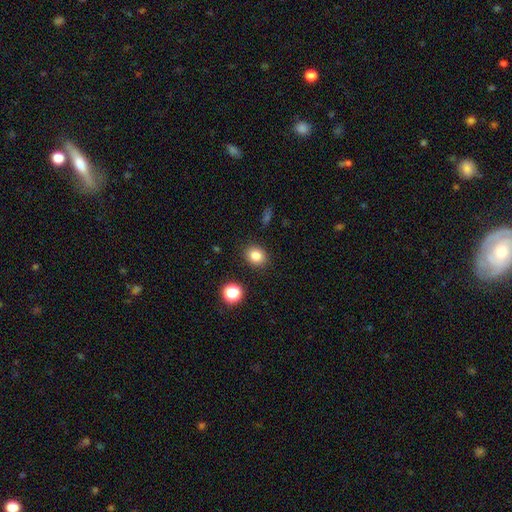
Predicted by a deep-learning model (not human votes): This is clearly a smooth galaxy (82%). How rounded: likely round (63%). Merging: clearly none (88%).